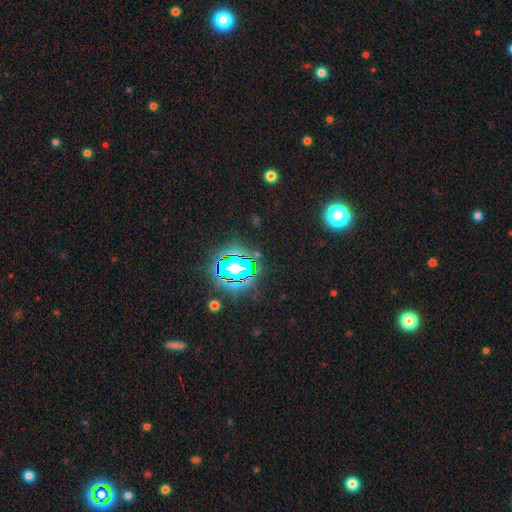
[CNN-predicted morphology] Smooth or featured? star or artifact (69%)